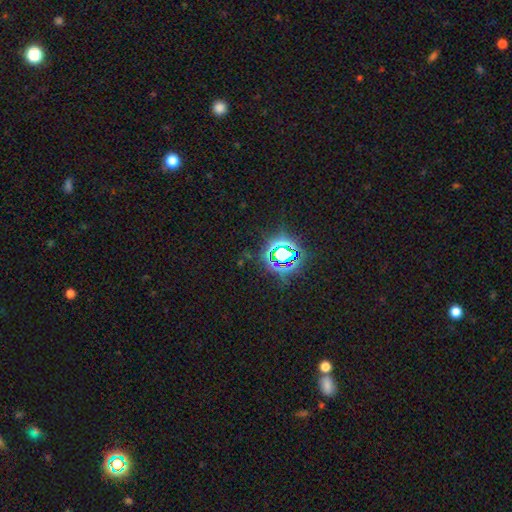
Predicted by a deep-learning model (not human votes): Q: Smooth or featured?
A: star or artifact (79%); runner-up: smooth (14%)